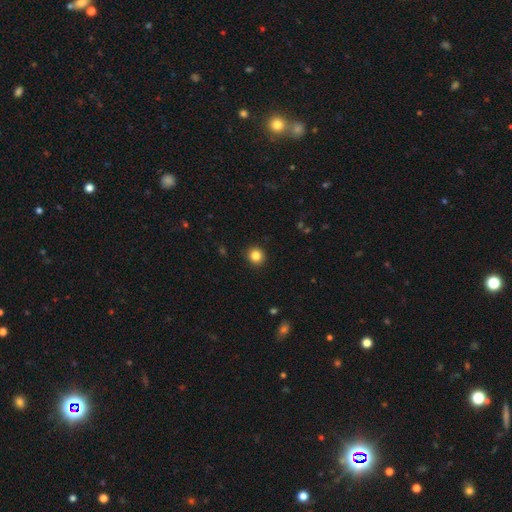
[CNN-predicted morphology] Smooth or featured? Predicted: smooth (p=0.84). How rounded? Predicted: round (p=0.90). Merging? Predicted: none (p=0.92).